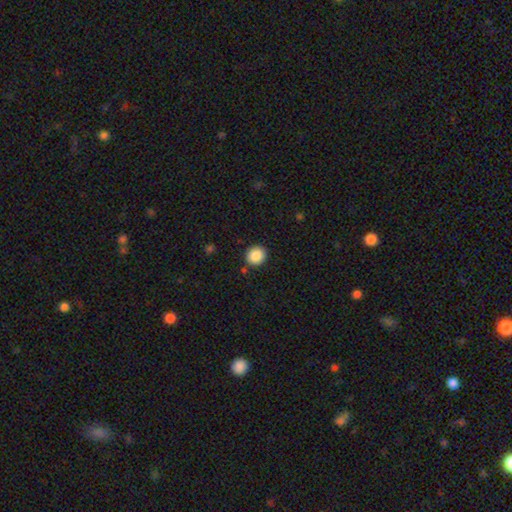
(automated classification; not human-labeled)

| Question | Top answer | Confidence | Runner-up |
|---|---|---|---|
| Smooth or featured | smooth | 88% | star or artifact (9%) |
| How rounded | round | 85% | in between (14%) |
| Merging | none | 89% | minor disturbance (7%) |